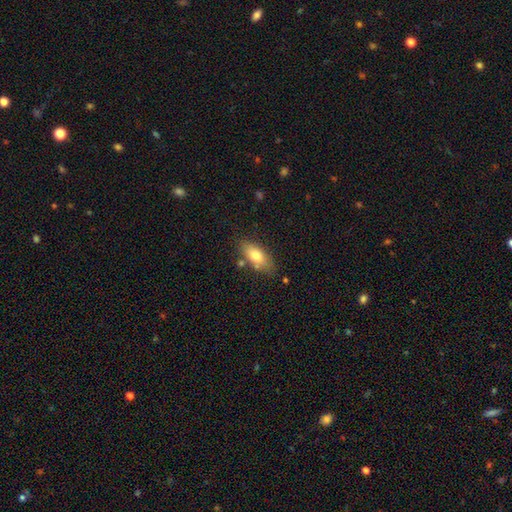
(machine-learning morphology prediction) A smooth galaxy with no disk features (76%) that is in between round and cigar-shaped (83%).

Vote fractions:
- Smooth or featured? smooth: 76% / featured or disk: 17% / star or artifact: 7%
- How rounded? in between: 83% / cigar-shaped: 13% / round: 4%
- Merging? none: 73% / minor disturbance: 16% / merger: 7% / major disturbance: 4%